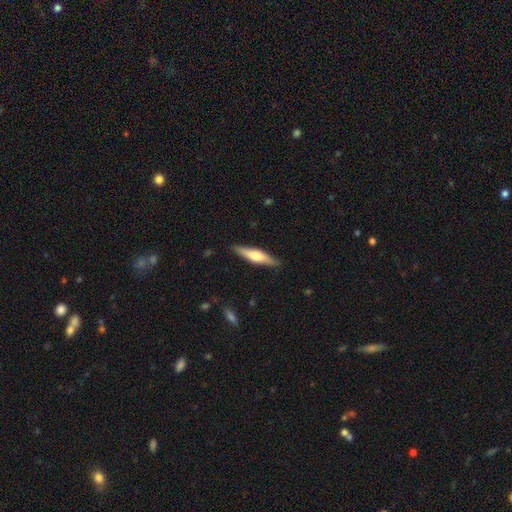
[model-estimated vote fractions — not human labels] The model was most divided on "smooth or featured": smooth: 48%, featured or disk: 47%, star or artifact: 5%. More confident: merging — none (88%).